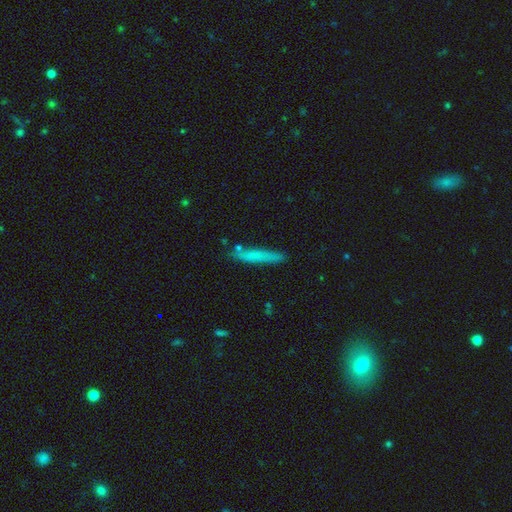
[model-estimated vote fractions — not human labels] Smooth or featured? smooth (72%)
How rounded? cigar-shaped (93%)
Merging? none (83%)